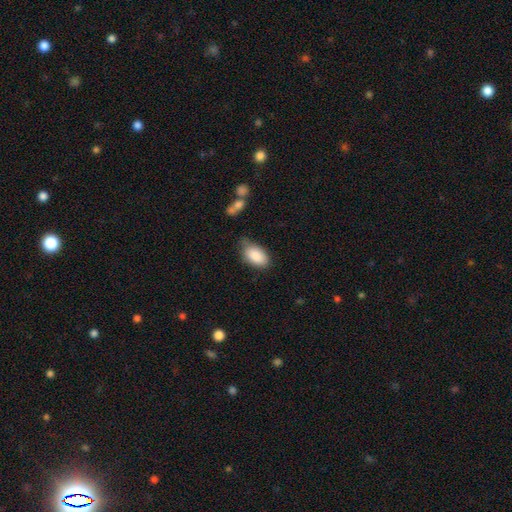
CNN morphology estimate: The model was most divided on "merging": none: 63%, minor disturbance: 28%, major disturbance: 6%, merger: 3%. More confident: how rounded — in between (94%); smooth or featured — smooth (87%).